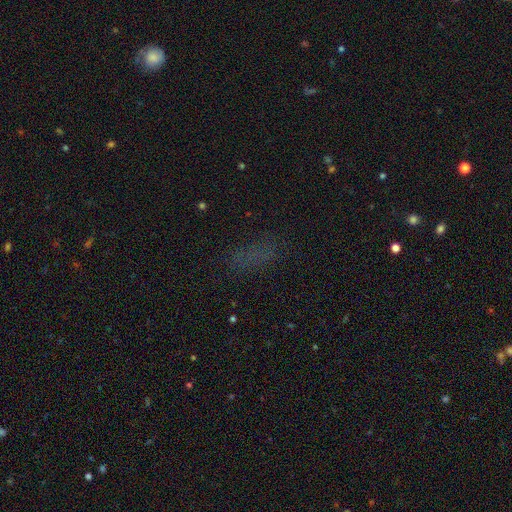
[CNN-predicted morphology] A smooth galaxy with no disk features (50%) that is in between round and cigar-shaped (65%).

Vote fractions:
- Smooth or featured? smooth: 50% / star or artifact: 36% / featured or disk: 13%
- How rounded? in between: 65% / cigar-shaped: 26% / round: 9%
- Merging? none: 76% / minor disturbance: 14% / major disturbance: 8% / merger: 3%